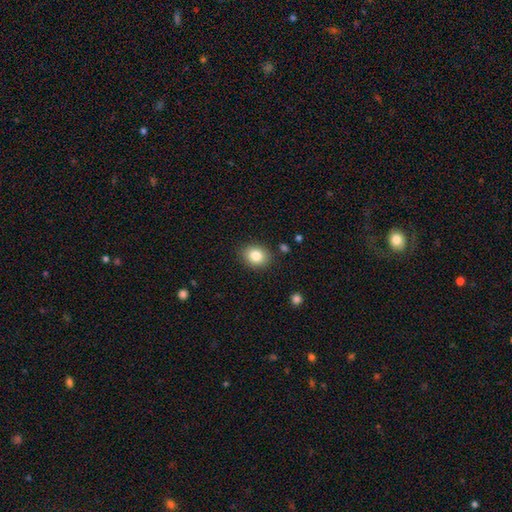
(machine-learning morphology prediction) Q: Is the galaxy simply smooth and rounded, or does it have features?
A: smooth — 83%.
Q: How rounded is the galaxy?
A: round — 57%.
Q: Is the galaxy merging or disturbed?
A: none — 87%.